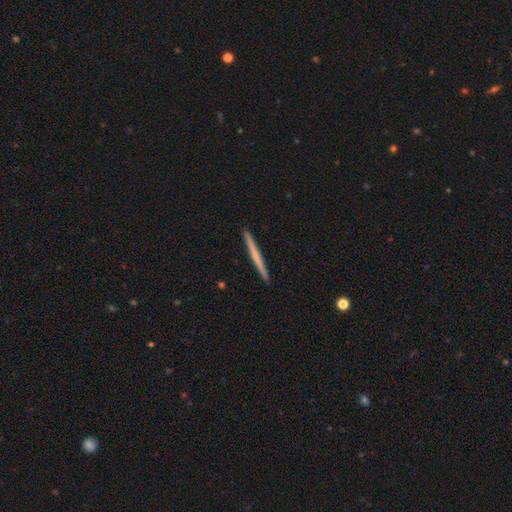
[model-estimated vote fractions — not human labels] smooth_or_featured: smooth (p=0.50) [alt: featured or disk p=0.45]
merging: none (p=0.93) [alt: minor disturbance p=0.04]